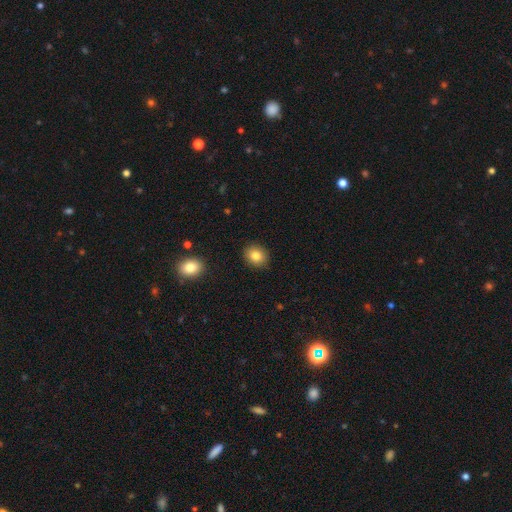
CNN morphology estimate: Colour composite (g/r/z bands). It shows a smooth galaxy with no disk features (84%) that is round (64%). Merging: none (89%).